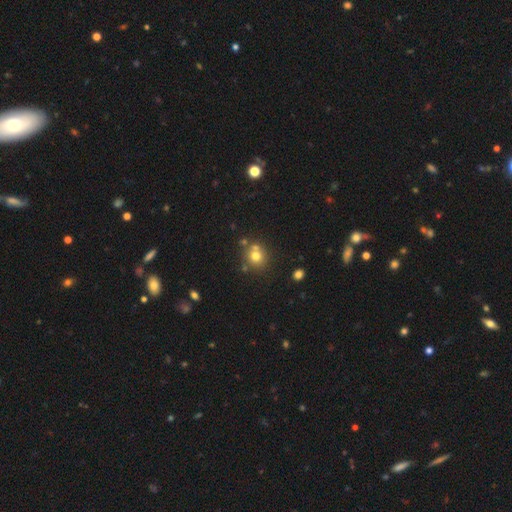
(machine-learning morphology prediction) smooth-or-featured: smooth: 72% | star or artifact: 16% | featured or disk: 13%
  how-rounded: round: 86% | in between: 13% | cigar-shaped: 1%
  merging: none: 65% | merger: 21% | minor disturbance: 10% | major disturbance: 3%